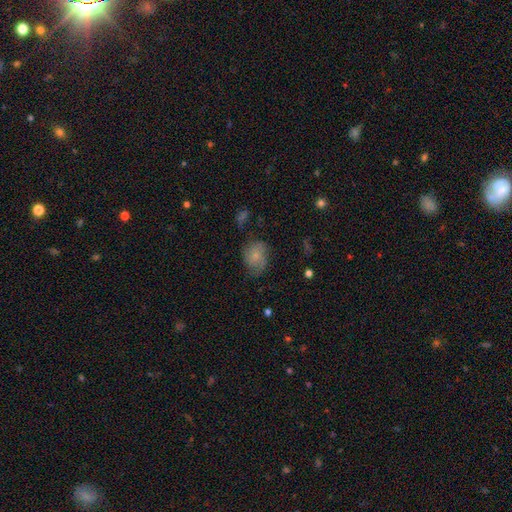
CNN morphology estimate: Overall: smooth (62%; featured or disk 28%). How rounded: in between (53%; round 46%). Merging: none (54%; minor disturbance 29%).